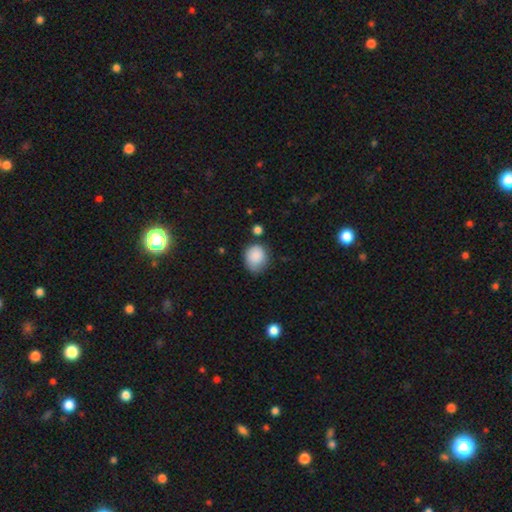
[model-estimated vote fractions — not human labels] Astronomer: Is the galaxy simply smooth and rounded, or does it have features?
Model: smooth — 87%.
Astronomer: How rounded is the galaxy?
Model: round — 65%.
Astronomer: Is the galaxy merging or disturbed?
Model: none — 63%.